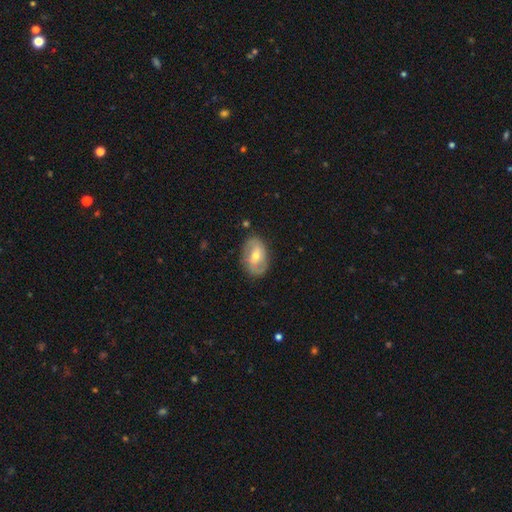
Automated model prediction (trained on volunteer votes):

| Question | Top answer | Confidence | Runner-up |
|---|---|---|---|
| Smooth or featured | featured or disk | 63% | smooth (31%) |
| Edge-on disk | no | 95% | yes (5%) |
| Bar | weak | 44% | no (35%) |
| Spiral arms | yes | 72% | no (28%) |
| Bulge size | moderate | 60% | small (36%) |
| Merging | none | 80% | minor disturbance (15%) |